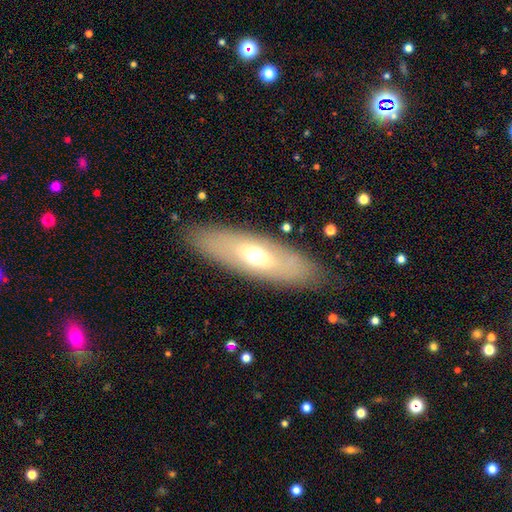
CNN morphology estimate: A smooth galaxy with no disk features (51%) that is in between round and cigar-shaped (62%).

Vote fractions:
- Smooth or featured? smooth: 51% / featured or disk: 41% / star or artifact: 7%
- How rounded? in between: 62% / cigar-shaped: 35% / round: 4%
- Merging? none: 85% / minor disturbance: 10% / major disturbance: 4% / merger: 1%